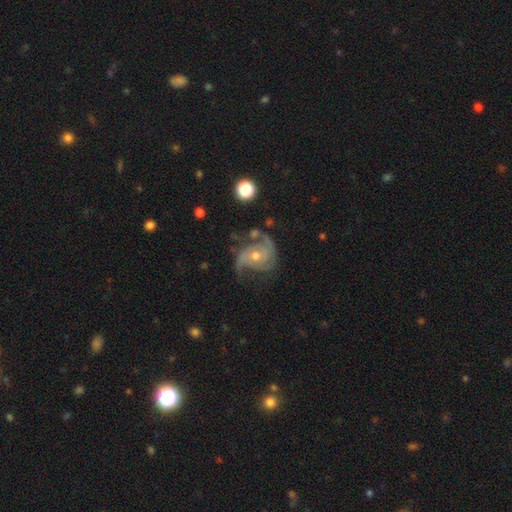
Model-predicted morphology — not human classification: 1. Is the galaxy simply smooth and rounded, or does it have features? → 86% featured or disk, 8% smooth, 7% star or artifact.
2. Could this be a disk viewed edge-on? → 98% no, 2% yes.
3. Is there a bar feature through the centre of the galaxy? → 68% no, 25% weak, 7% strong.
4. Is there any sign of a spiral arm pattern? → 96% yes, 4% no.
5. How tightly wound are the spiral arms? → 48% medium, 28% loose, 24% tight.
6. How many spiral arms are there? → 66% 2, 15% 3, 9% can't tell, 4% 1, 3% 4, 3% more than 4.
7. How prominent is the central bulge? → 56% moderate, 40% small, 2% large, 1% none, 1% dominant.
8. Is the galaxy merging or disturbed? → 57% none, 24% minor disturbance, 15% major disturbance, 4% merger.